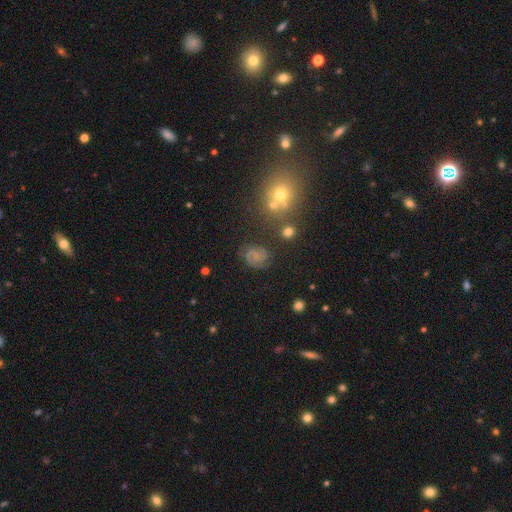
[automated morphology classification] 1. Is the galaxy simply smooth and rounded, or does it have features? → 69% featured or disk, 19% smooth, 11% star or artifact.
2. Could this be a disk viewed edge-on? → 98% no, 2% yes.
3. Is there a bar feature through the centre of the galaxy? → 55% no, 37% weak, 8% strong.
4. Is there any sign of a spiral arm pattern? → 93% yes, 7% no.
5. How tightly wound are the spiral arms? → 49% medium, 38% tight, 13% loose.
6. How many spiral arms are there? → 81% 2, 8% can't tell, 4% 3, 4% 1, 1% 4, 1% more than 4.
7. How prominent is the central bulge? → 42% none, 38% small, 16% moderate, 3% large, 1% dominant.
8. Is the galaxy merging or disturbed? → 73% none, 16% minor disturbance, 8% major disturbance, 3% merger.